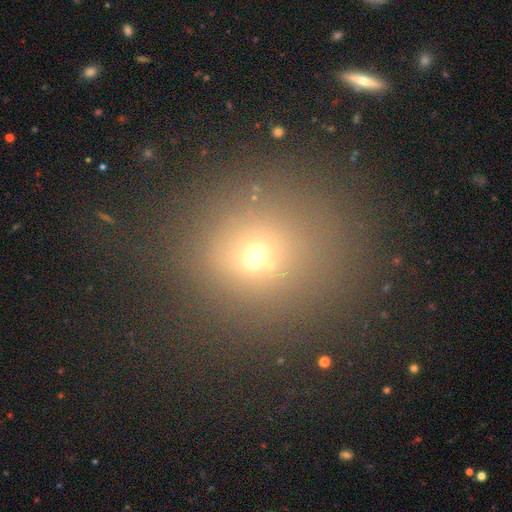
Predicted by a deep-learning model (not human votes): Smooth or featured? smooth (59%)
How rounded? round (84%)
Merging? none (70%)